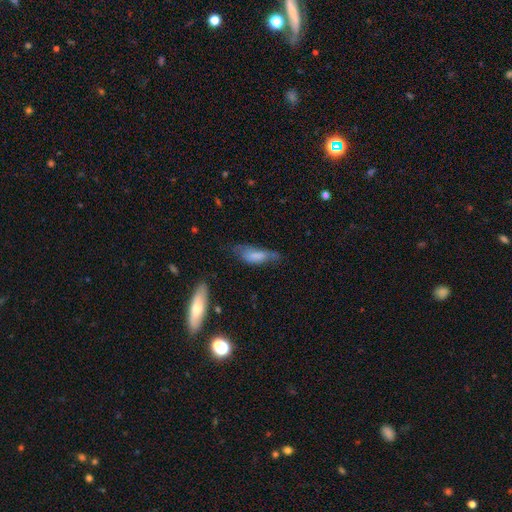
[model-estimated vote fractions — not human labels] A smooth galaxy with no disk features (69%) that is in between round and cigar-shaped (64%). Merging: none (38%).